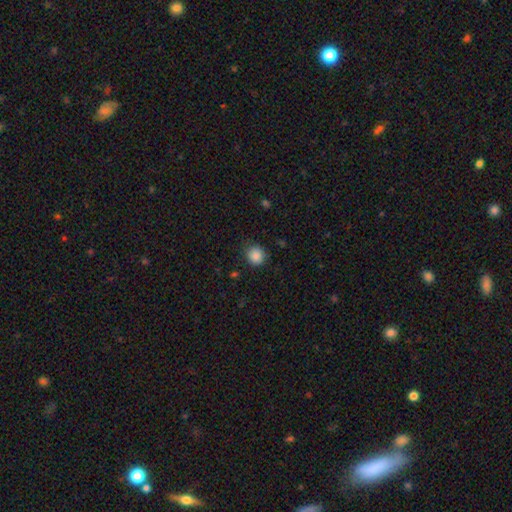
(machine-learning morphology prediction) type=smooth (87%); roundness=round (87%); merging=none (81%).